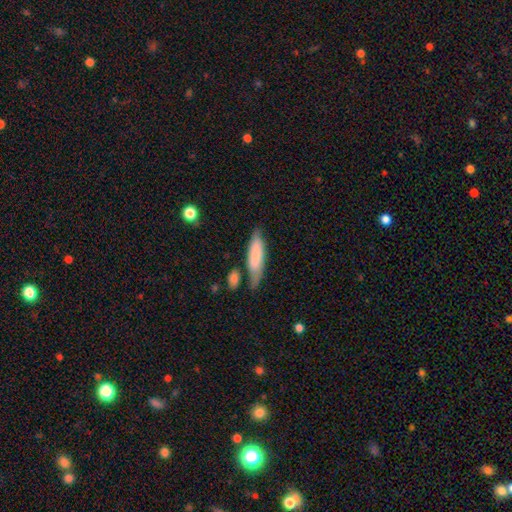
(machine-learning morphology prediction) Smooth or featured? Predicted: smooth (p=0.75). How rounded? Predicted: cigar-shaped (p=0.65). Merging? Predicted: none (p=0.63).